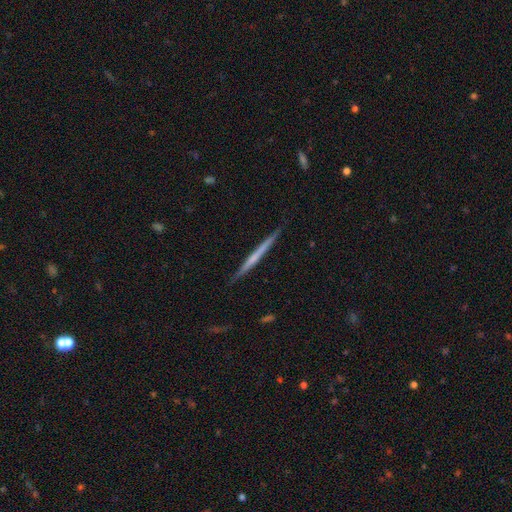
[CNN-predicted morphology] This appears to be a featured or disk galaxy (54%) viewed edge-on (97%) with no central bulge (84%). Merging: none (89%).